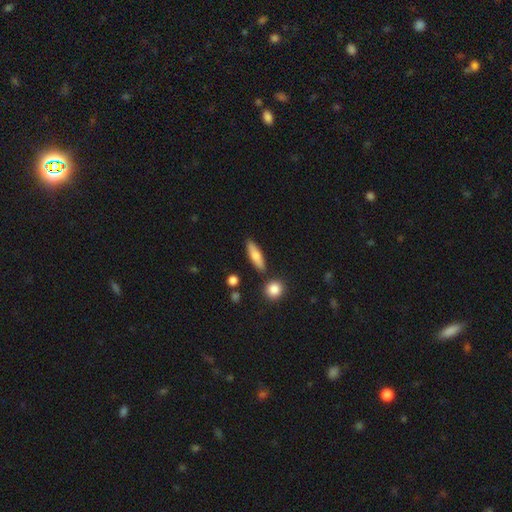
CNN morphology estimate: Smooth or featured?
  - smooth: 69% *
  - featured or disk: 24%
  - star or artifact: 7%
How rounded?
  - cigar-shaped: 60% *
  - in between: 36%
  - round: 4%
Merging?
  - none: 83% *
  - minor disturbance: 9%
  - merger: 5%
  - major disturbance: 2%